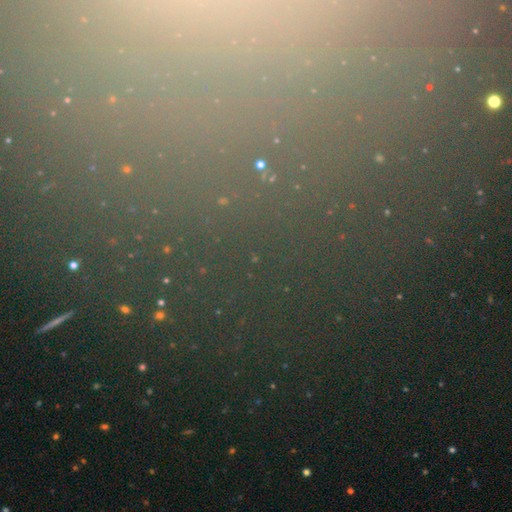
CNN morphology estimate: Q: Smooth or featured?
A: star or artifact (74%); runner-up: smooth (16%)